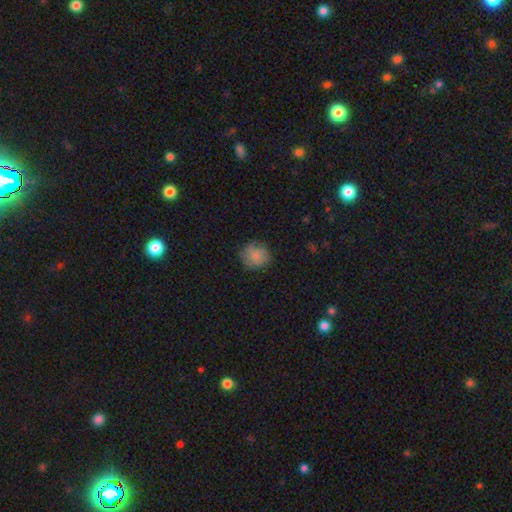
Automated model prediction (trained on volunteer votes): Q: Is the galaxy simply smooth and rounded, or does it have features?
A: smooth — 83%.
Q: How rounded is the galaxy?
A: round — 87%.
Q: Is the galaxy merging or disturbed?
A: none — 78%.